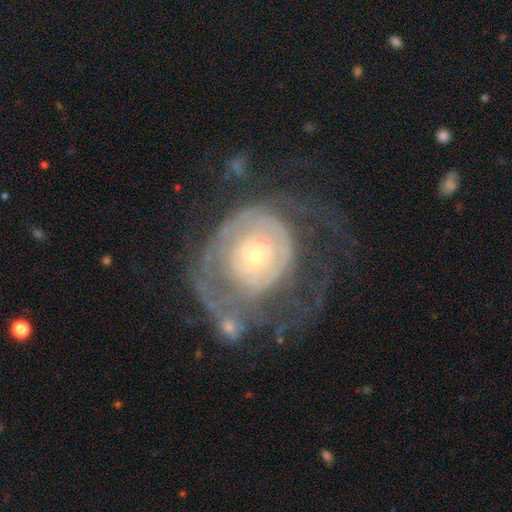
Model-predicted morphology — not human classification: A featured or disk galaxy (75%) with no bar (84%), tight (67%) spiral arms (70%) and a small central bulge (68%).

Vote fractions:
- Smooth or featured? featured or disk: 75% / smooth: 18% / star or artifact: 7%
- Edge-on disk? no: 97% / yes: 3%
- Bar? no: 84% / weak: 13% / strong: 3%
- Spiral arms? yes: 70% / no: 30%
- Spiral winding? tight: 67% / medium: 20% / loose: 13%
- Spiral arm count? can't tell: 51% / 2: 17% / 1: 16% / 3: 7% / 4: 5% / more than 4: 4%
- Bulge size? small: 68% / moderate: 24% / large: 4% / none: 2% / dominant: 2%
- Merging? major disturbance: 45% / none: 31% / minor disturbance: 18% / merger: 7%